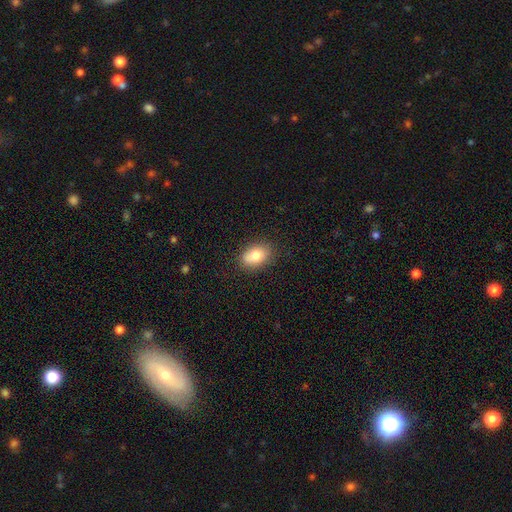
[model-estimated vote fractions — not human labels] This appears to be a smooth galaxy with no disk features (79%) that is in between round and cigar-shaped (77%). Merging: none (80%).